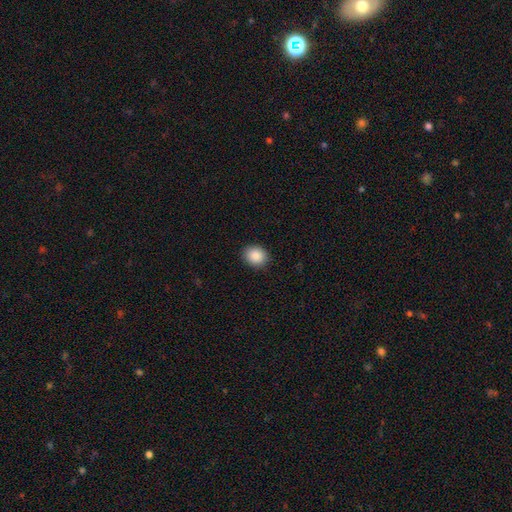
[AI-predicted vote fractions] Smooth or featured? Predicted: smooth (p=0.88). How rounded? Predicted: round (p=0.65). Merging? Predicted: none (p=0.90).